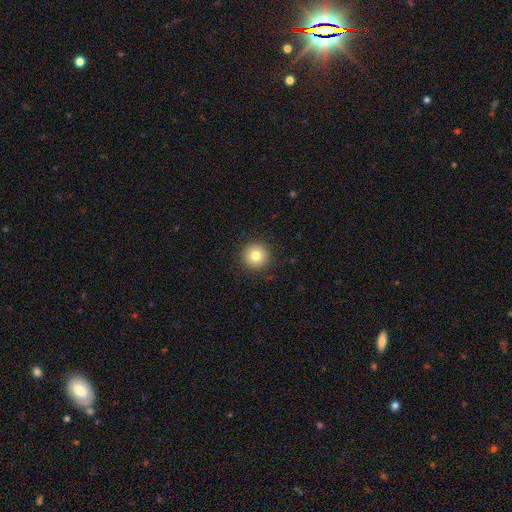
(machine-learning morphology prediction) A smooth galaxy with no disk features (80%) that is round (96%). Merging: none (91%).